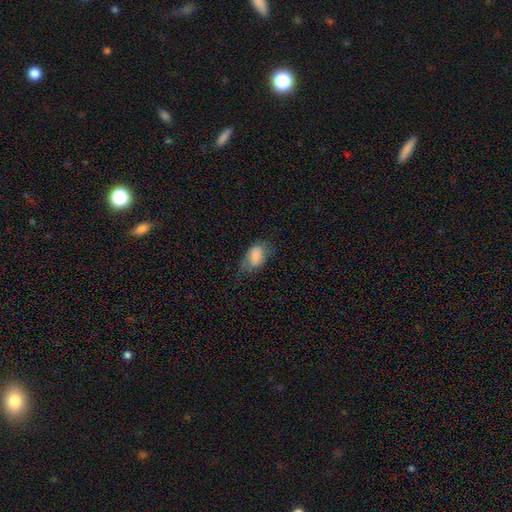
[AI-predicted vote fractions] The model was most divided on "merging": none: 43%, minor disturbance: 33%, major disturbance: 22%, merger: 2%. More confident: how rounded — in between (90%); smooth or featured — smooth (76%).